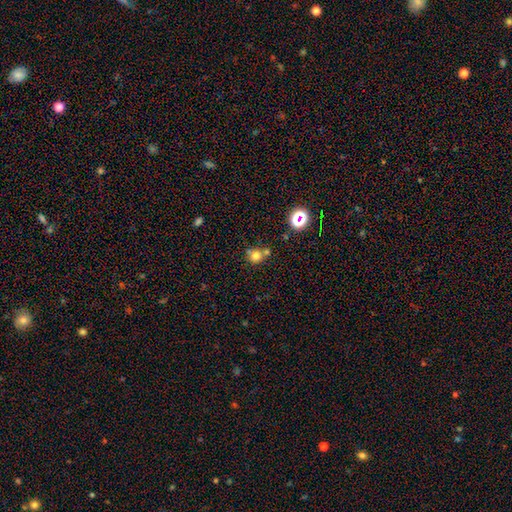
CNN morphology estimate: Q: Smooth or featured?
A: smooth (72%); runner-up: star or artifact (17%)
Q: How rounded?
A: round (87%); runner-up: in between (12%)
Q: Merging?
A: none (54%); runner-up: merger (31%)